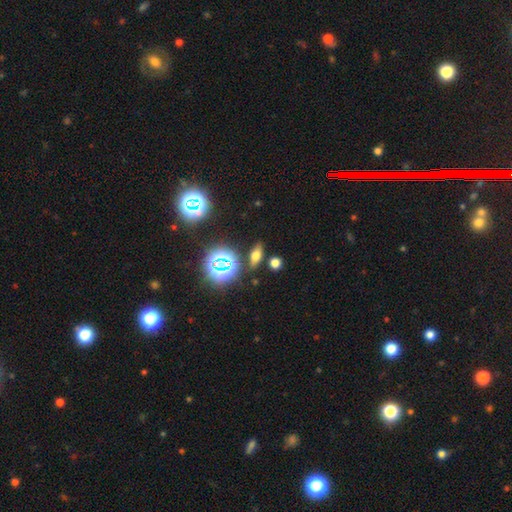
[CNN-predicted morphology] smooth-or-featured: smooth: 51% | star or artifact: 27% | featured or disk: 21%
  how-rounded: in between: 65% | cigar-shaped: 22% | round: 14%
  merging: none: 84% | minor disturbance: 9% | merger: 4% | major disturbance: 3%